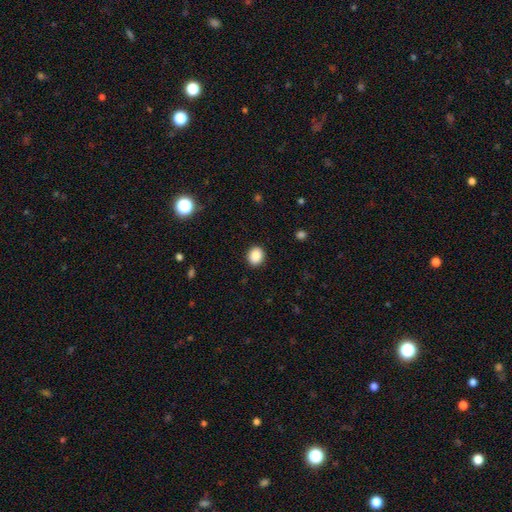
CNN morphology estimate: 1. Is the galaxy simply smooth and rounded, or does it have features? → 88% smooth, 9% star or artifact, 3% featured or disk.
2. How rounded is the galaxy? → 75% round, 24% in between, 1% cigar-shaped.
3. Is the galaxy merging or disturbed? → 91% none, 6% minor disturbance, 2% major disturbance, 1% merger.